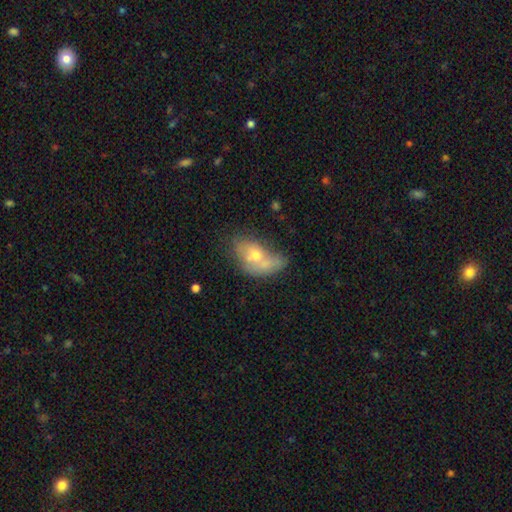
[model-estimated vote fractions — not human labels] The model was most divided on "merging": merger: 37%, none: 25%, minor disturbance: 21%, major disturbance: 17%. More confident: how rounded — in between (82%); smooth or featured — smooth (57%).